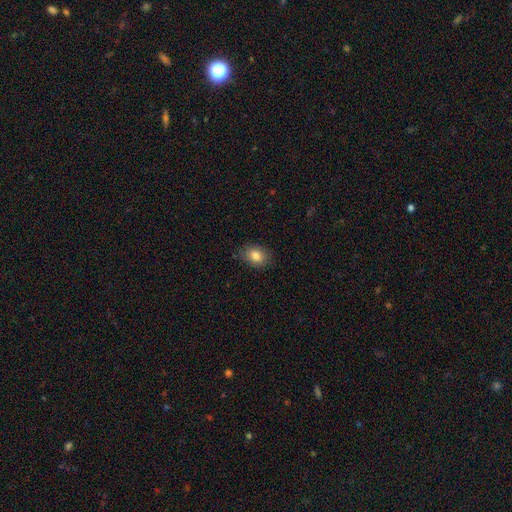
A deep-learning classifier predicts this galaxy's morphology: Overall: smooth (83%). How rounded: in between (62%; round 37%). Merging: none (85%).